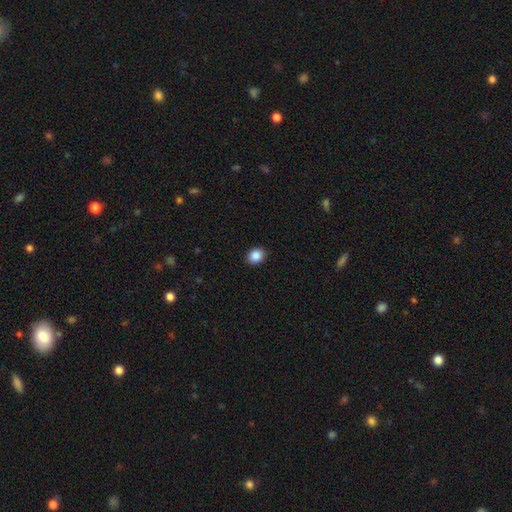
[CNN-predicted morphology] smooth_or_featured: smooth (p=0.88) [alt: star or artifact p=0.09]
how_rounded: round (p=0.52) [alt: in between p=0.47]
merging: none (p=0.91) [alt: minor disturbance p=0.07]